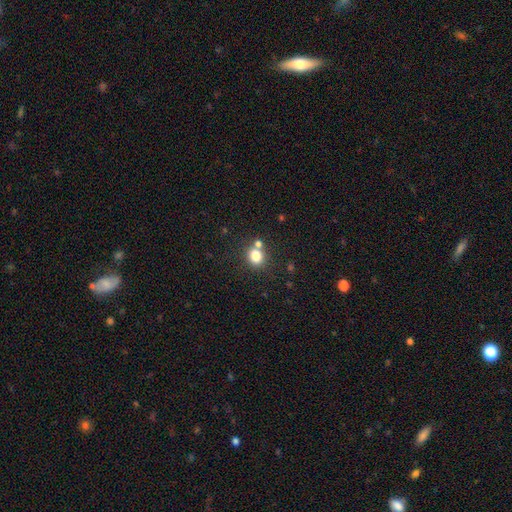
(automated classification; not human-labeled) This appears to be a smooth galaxy with no disk features (80%) that is round (71%). Merging: none (65%).